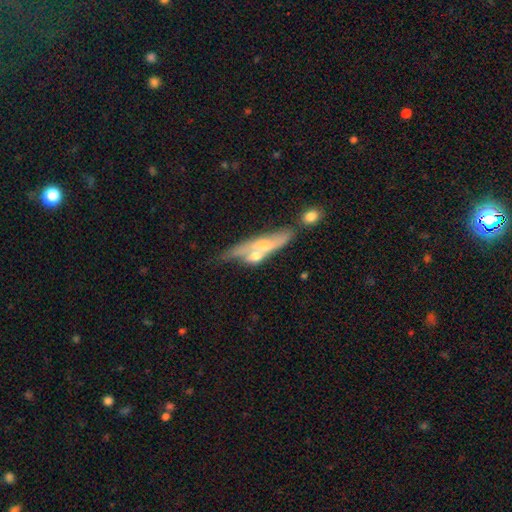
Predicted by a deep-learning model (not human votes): A featured or disk galaxy (56%).

Vote fractions:
- Smooth or featured? featured or disk: 56% / smooth: 38% / star or artifact: 7%
- Edge-on disk? no: 60% / yes: 40%
- Merging? merger: 51% / none: 24% / minor disturbance: 13% / major disturbance: 12%